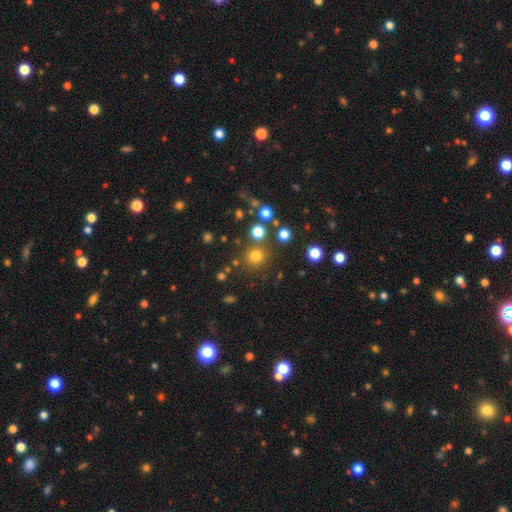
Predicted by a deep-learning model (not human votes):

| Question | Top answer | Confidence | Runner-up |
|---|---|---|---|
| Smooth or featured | smooth | 76% | star or artifact (17%) |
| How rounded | round | 92% | in between (7%) |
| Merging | none | 81% | merger (8%) |